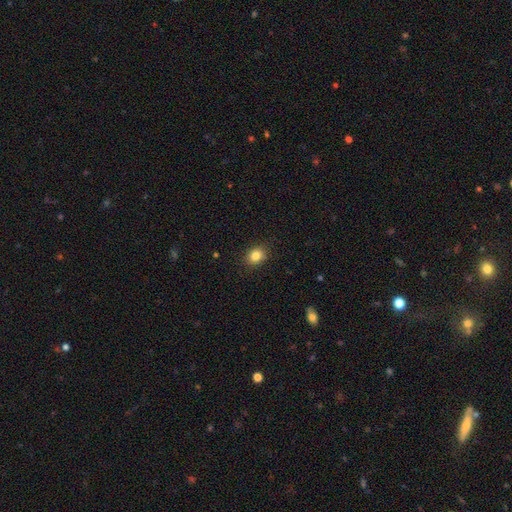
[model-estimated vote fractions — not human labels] Overall: smooth (84%). How rounded: round (52%; in between 47%). Merging: none (87%).